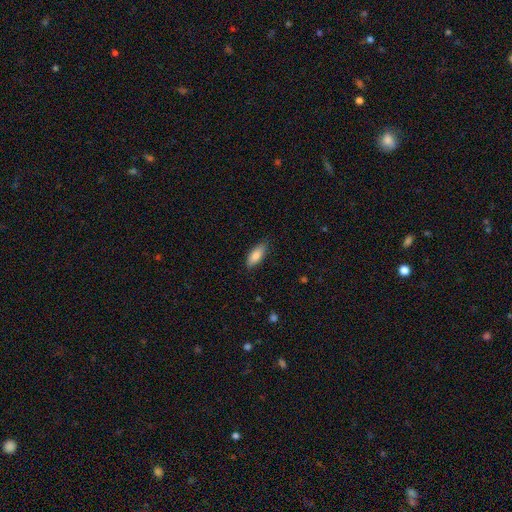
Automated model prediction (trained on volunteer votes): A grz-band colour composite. It shows a smooth galaxy with no disk features (85%) that is in between round and cigar-shaped (75%). Merging: none (83%).